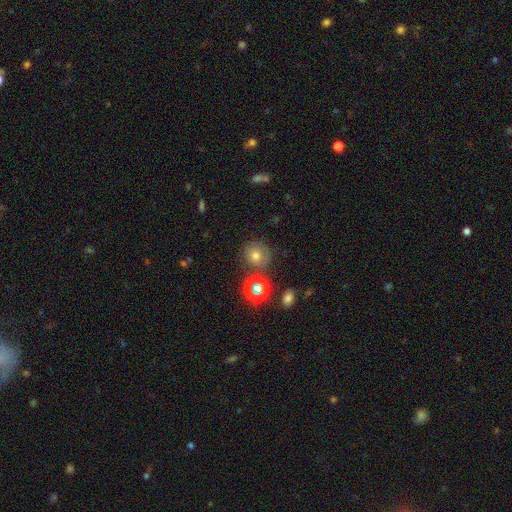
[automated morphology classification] smooth 65%, star or artifact 21%, featured or disk 14%. Down the decision tree: how rounded — round (89%); merging — none (77%).